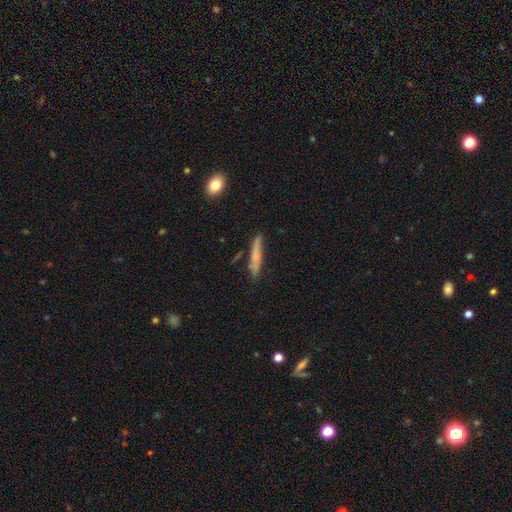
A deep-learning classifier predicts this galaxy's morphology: A smooth galaxy with no disk features (63%) that is cigar-shaped (93%).

Vote fractions:
- Smooth or featured? smooth: 63% / featured or disk: 30% / star or artifact: 8%
- How rounded? cigar-shaped: 93% / in between: 5% / round: 2%
- Merging? none: 76% / minor disturbance: 17% / major disturbance: 3% / merger: 3%